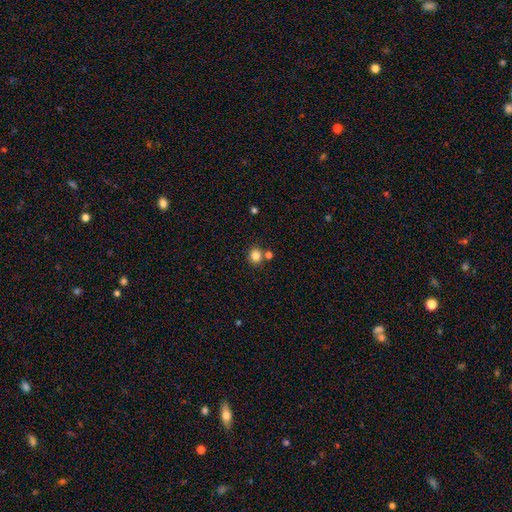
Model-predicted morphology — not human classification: Overall: smooth (83%). How rounded: round (85%). Merging: none (75%).